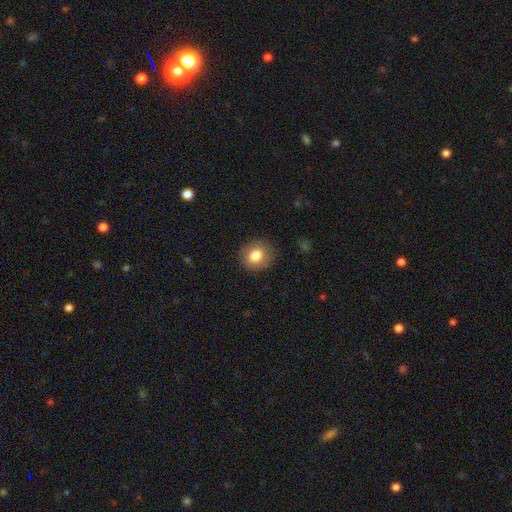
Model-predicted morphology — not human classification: smooth_or_featured: smooth (p=0.81) [alt: featured or disk p=0.10]
how_rounded: round (p=0.81) [alt: in between p=0.18]
merging: none (p=0.87) [alt: minor disturbance p=0.09]